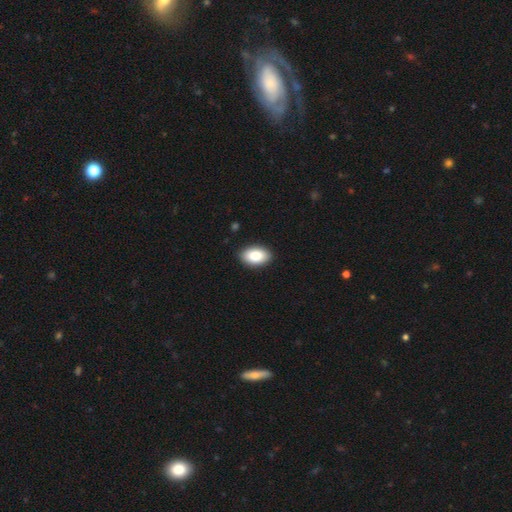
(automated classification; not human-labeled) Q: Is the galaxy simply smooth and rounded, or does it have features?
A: smooth — 88%.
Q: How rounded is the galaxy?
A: in between — 93%.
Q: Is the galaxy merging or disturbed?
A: none — 89%.